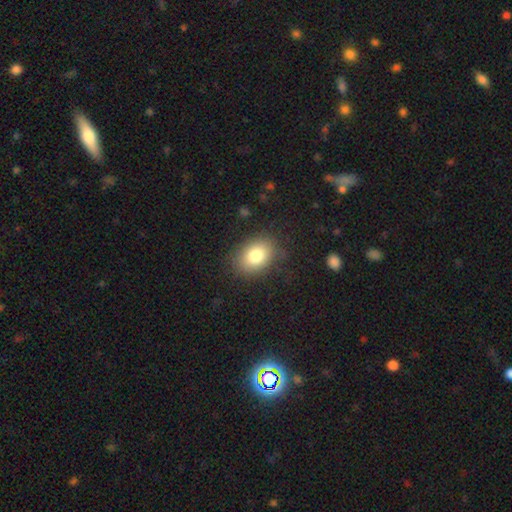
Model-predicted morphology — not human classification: A smooth galaxy with no disk features (81%) that is in between round and cigar-shaped (73%).

Vote fractions:
- Smooth or featured? smooth: 81% / featured or disk: 10% / star or artifact: 9%
- How rounded? in between: 73% / round: 26% / cigar-shaped: 1%
- Merging? none: 81% / minor disturbance: 13% / major disturbance: 5% / merger: 1%